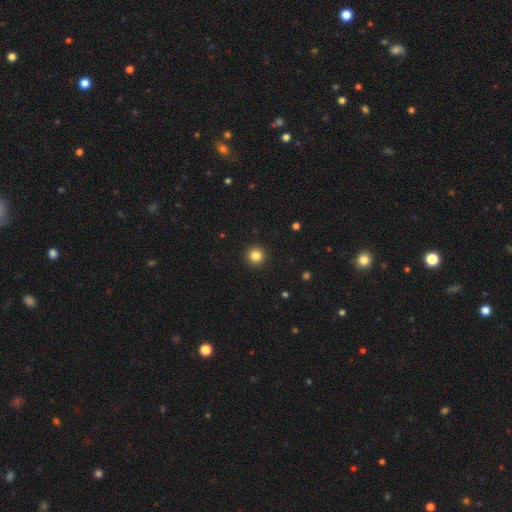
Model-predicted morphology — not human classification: Smooth or featured: smooth — 83% (star or artifact — 12%)
How rounded: round — 96% (in between — 3%)
Merging: none — 93% (minor disturbance — 4%)